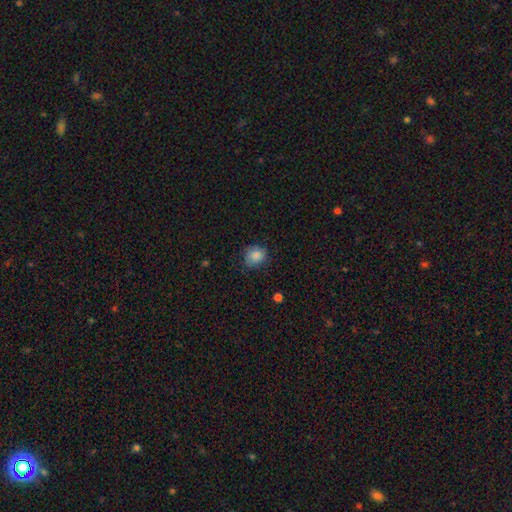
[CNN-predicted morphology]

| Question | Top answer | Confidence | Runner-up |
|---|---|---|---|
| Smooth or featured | smooth | 85% | star or artifact (9%) |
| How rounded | round | 74% | in between (26%) |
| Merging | none | 70% | minor disturbance (23%) |